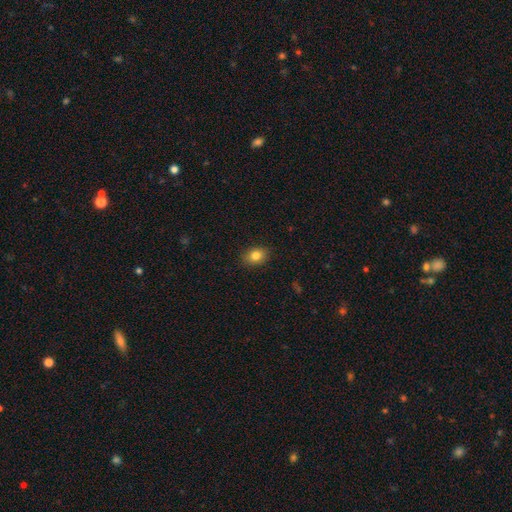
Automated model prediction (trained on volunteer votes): Smooth or featured?
  - smooth: 82% *
  - star or artifact: 10%
  - featured or disk: 8%
How rounded?
  - in between: 64% *
  - round: 35%
  - cigar-shaped: 1%
Merging?
  - none: 88% *
  - minor disturbance: 9%
  - major disturbance: 2%
  - merger: 1%